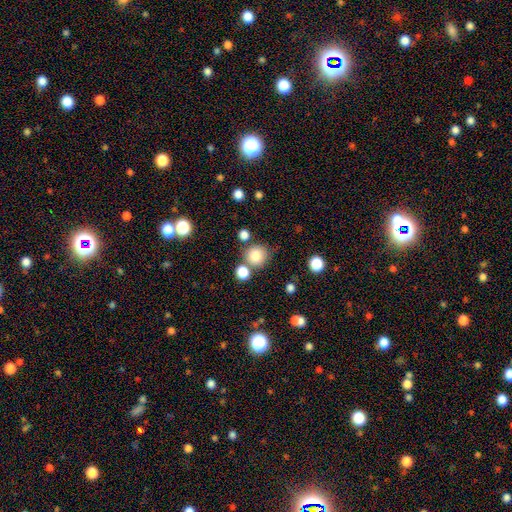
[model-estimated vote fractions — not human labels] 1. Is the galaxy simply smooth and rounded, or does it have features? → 81% smooth, 11% star or artifact, 7% featured or disk.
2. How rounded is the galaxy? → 91% round, 8% in between, 1% cigar-shaped.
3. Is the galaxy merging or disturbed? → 70% none, 15% merger, 11% minor disturbance, 4% major disturbance.